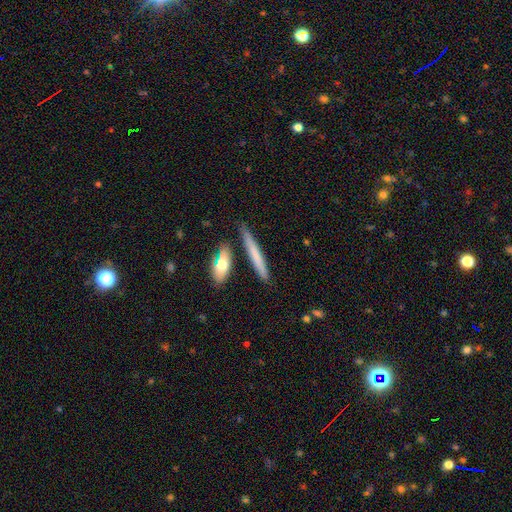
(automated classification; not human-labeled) Q: Smooth or featured?
A: smooth (64%); runner-up: featured or disk (30%)
Q: How rounded?
A: cigar-shaped (93%); runner-up: in between (5%)
Q: Merging?
A: none (81%); runner-up: minor disturbance (12%)